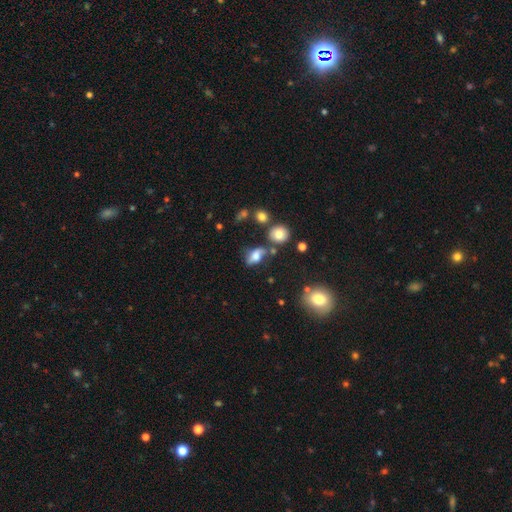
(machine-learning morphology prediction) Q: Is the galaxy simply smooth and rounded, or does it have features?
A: smooth — 65%.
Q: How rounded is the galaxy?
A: in between — 81%.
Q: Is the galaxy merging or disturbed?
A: none — 47%.